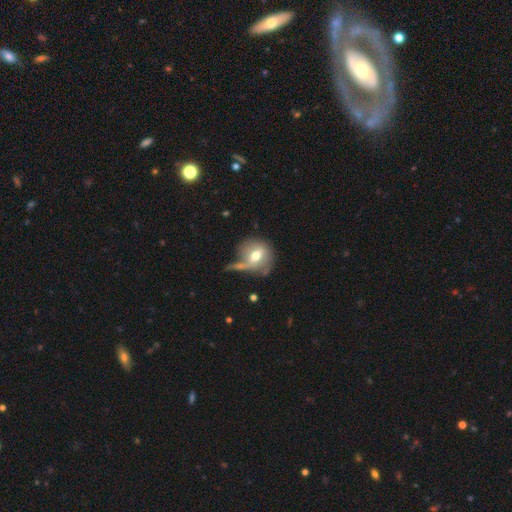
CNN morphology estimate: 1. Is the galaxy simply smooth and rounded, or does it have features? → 58% smooth, 33% featured or disk, 9% star or artifact.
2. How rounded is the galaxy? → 76% round, 22% in between, 2% cigar-shaped.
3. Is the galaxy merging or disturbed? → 45% none, 22% minor disturbance, 17% merger, 16% major disturbance.